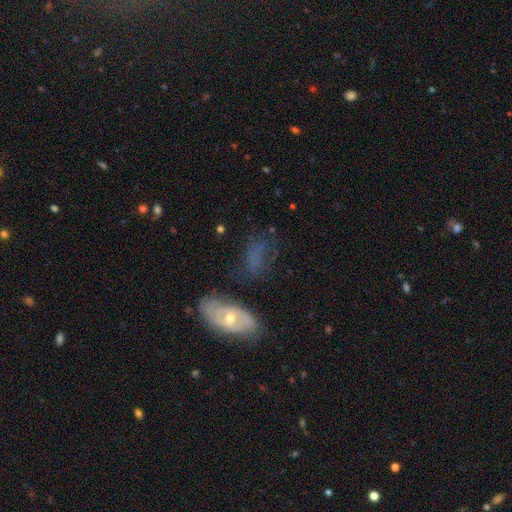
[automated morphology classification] This is marginally a smooth galaxy (44%). Merging: possibly none (48%).